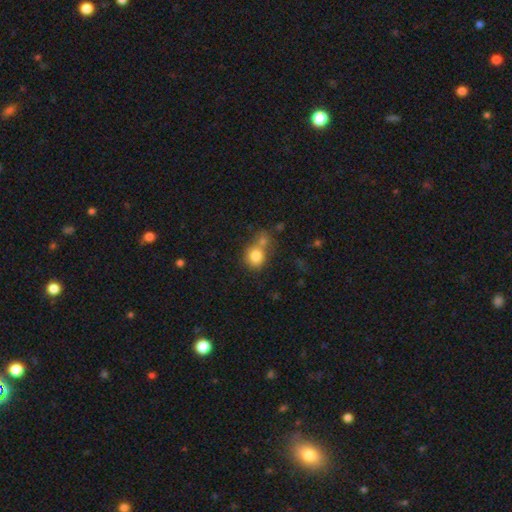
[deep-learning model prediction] Overall: smooth (81%). How rounded: round (77%). Merging: none (46%; merger 35%).